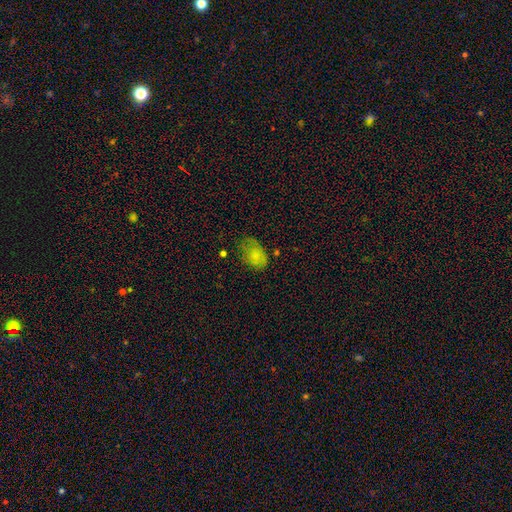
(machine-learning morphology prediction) smooth_or_featured: smooth (p=0.74) [alt: featured or disk p=0.15]
how_rounded: in between (p=0.84) [alt: round p=0.15]
merging: none (p=0.50) [alt: minor disturbance p=0.33]